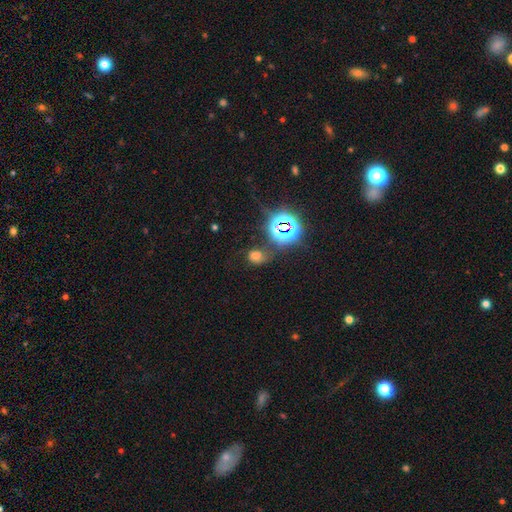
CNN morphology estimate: Overall: smooth (51%; star or artifact 38%). How rounded: in between (53%; round 45%). Merging: none (53%; minor disturbance 21%).